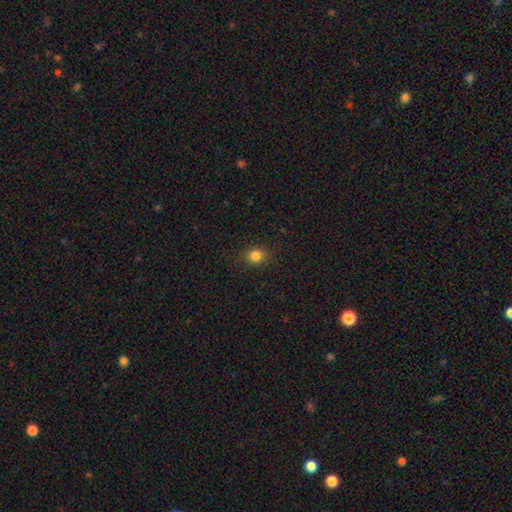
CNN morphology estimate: Smooth or featured? smooth (83%)
How rounded? round (76%)
Merging? none (88%)